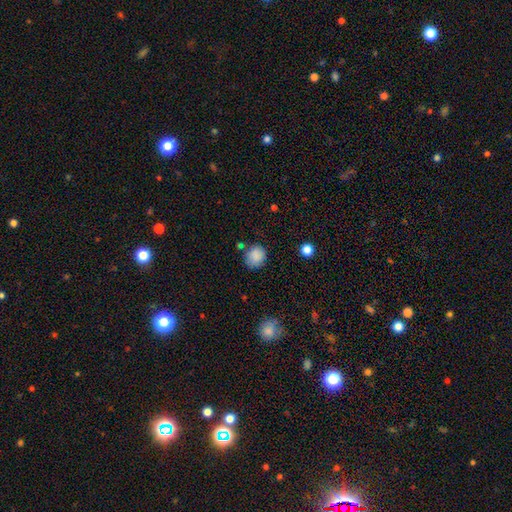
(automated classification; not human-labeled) This is clearly a smooth galaxy (86%). How rounded: likely round (66%). Merging: likely none (69%).